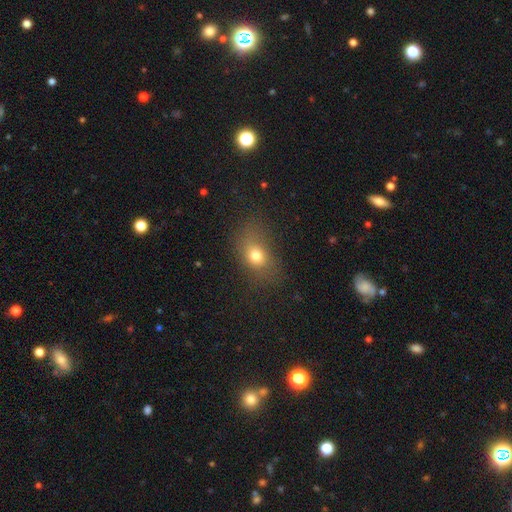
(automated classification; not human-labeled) smooth-or-featured: smooth: 72% | star or artifact: 16% | featured or disk: 12%
  how-rounded: in between: 61% | round: 37% | cigar-shaped: 2%
  merging: none: 68% | minor disturbance: 18% | major disturbance: 11% | merger: 2%